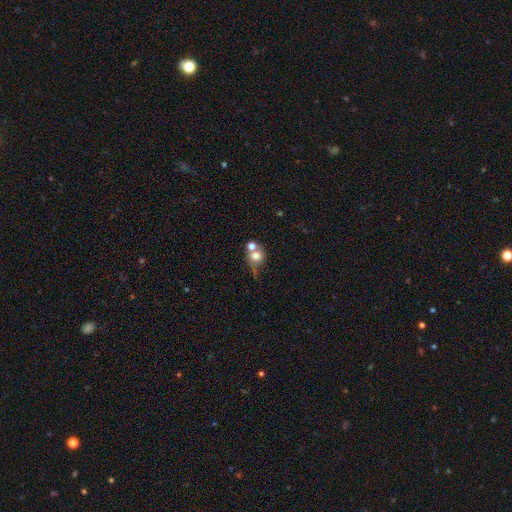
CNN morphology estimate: Smooth or featured? Predicted: smooth (p=0.67). How rounded? Predicted: round (p=0.70). Merging? Predicted: merger (p=0.44).